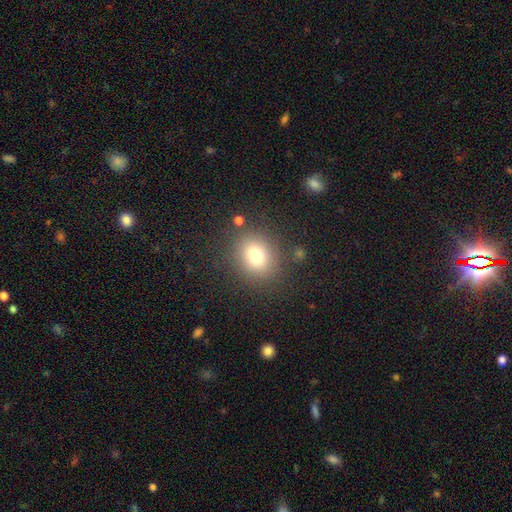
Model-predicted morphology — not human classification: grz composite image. It shows a smooth galaxy with no disk features (75%) that is round (74%). Merging: none (83%).